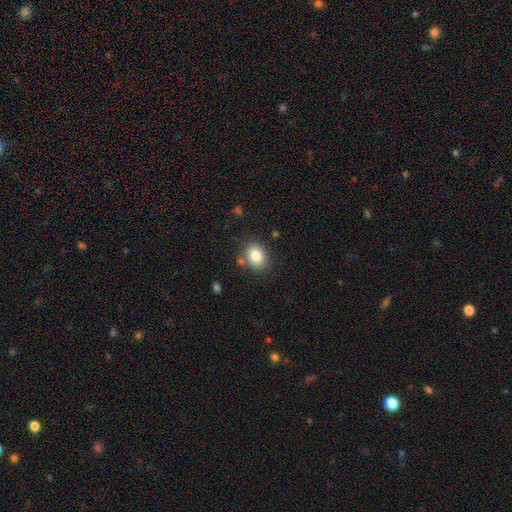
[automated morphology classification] Smooth or featured? smooth (81%)
How rounded? round (54%)
Merging? none (80%)